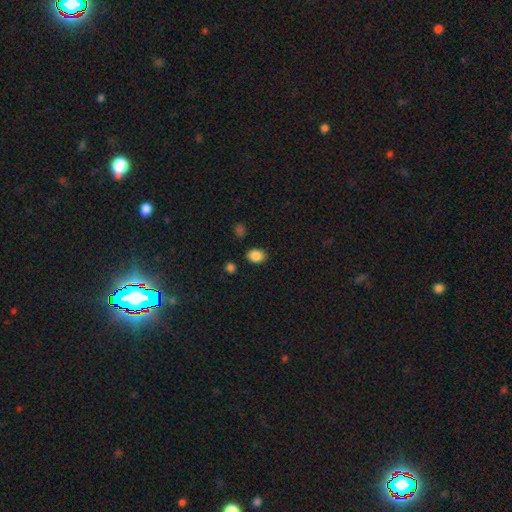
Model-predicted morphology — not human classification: Q: Smooth or featured?
A: smooth (87%); runner-up: star or artifact (9%)
Q: How rounded?
A: in between (67%); runner-up: round (32%)
Q: Merging?
A: none (84%); runner-up: minor disturbance (10%)